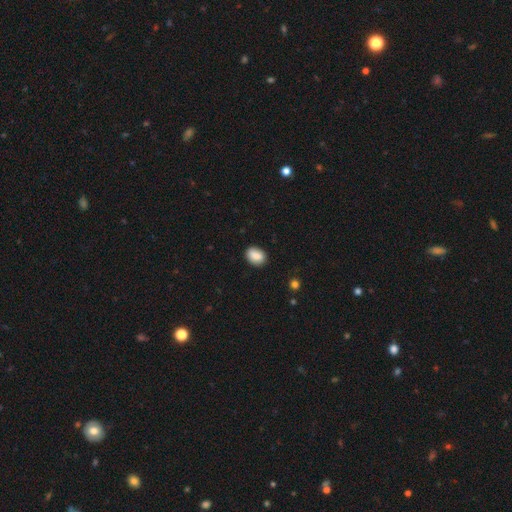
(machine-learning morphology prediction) Smooth or featured? smooth (87%)
How rounded? in between (72%)
Merging? none (86%)